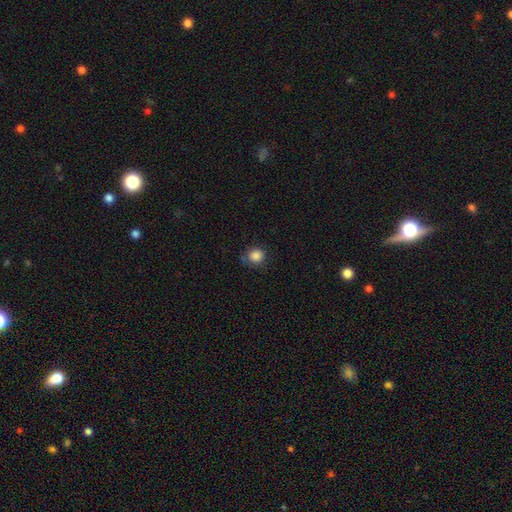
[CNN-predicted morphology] Q: Smooth or featured?
A: smooth (86%); runner-up: star or artifact (11%)
Q: How rounded?
A: round (86%); runner-up: in between (13%)
Q: Merging?
A: none (76%); runner-up: minor disturbance (18%)